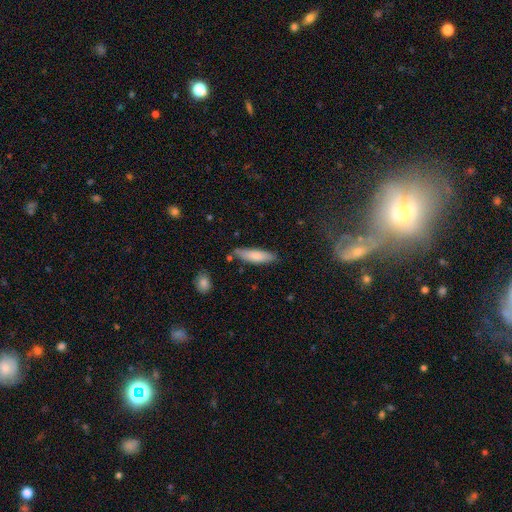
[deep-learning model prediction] Smooth or featured? smooth (78%)
How rounded? cigar-shaped (65%)
Merging? none (77%)